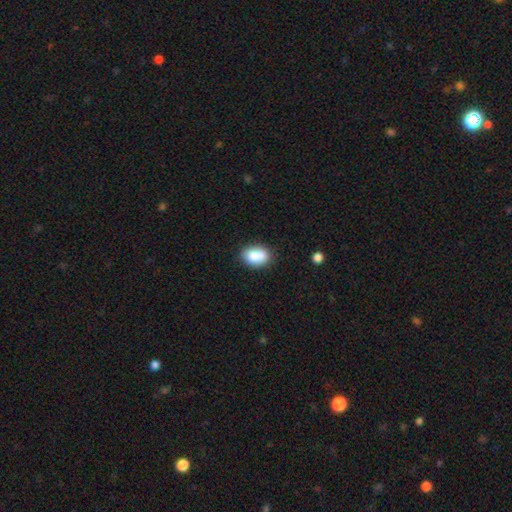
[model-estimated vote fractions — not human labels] The model was most divided on "merging": none: 69%, minor disturbance: 18%, merger: 10%, major disturbance: 4%. More confident: smooth or featured — smooth (84%); how rounded — in between (82%).